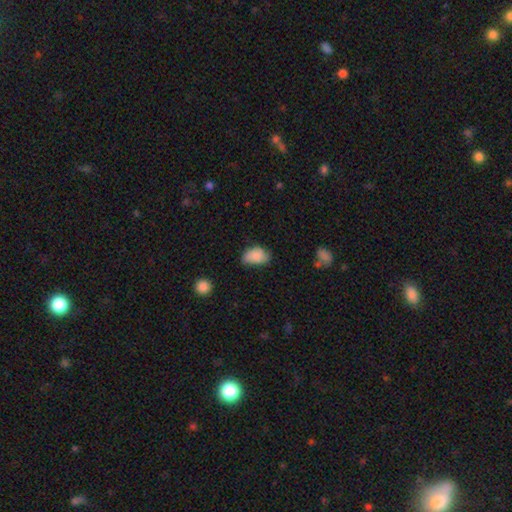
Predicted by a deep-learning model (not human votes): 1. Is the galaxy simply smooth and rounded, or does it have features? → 83% smooth, 9% featured or disk, 8% star or artifact.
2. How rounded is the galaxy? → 86% in between, 13% round, 1% cigar-shaped.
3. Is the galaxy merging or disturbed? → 50% none, 39% minor disturbance, 9% major disturbance, 2% merger.